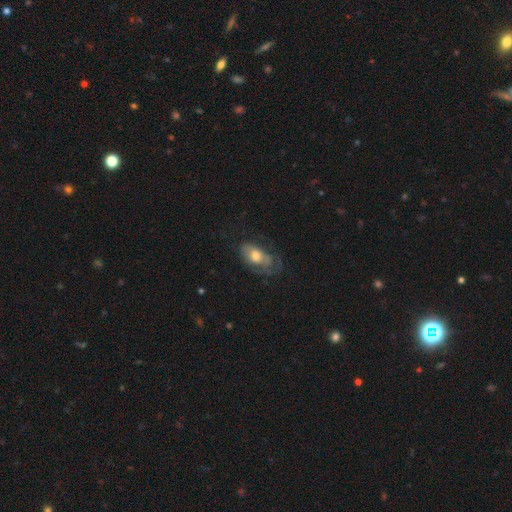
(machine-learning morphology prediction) A smooth galaxy with no disk features (48%). Merging: none (41%).